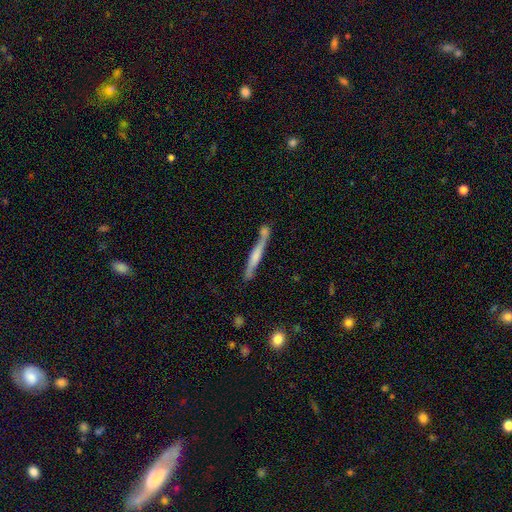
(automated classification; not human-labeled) Morphology: type=featured or disk (51%); edge-on=yes (90%); merging=none (55%).